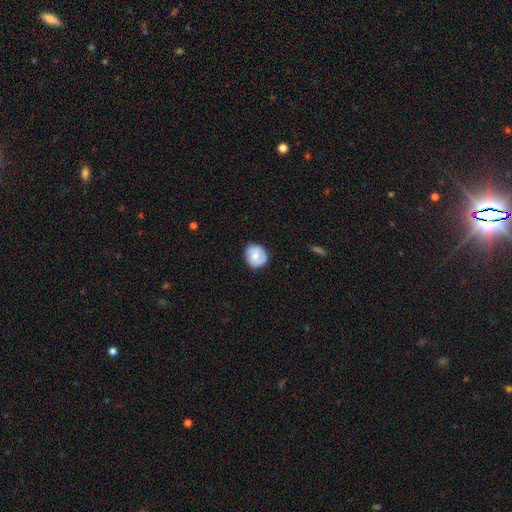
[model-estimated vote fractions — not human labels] This appears to be a smooth galaxy with no disk features (60%) that is round (82%). Merging: none (78%).